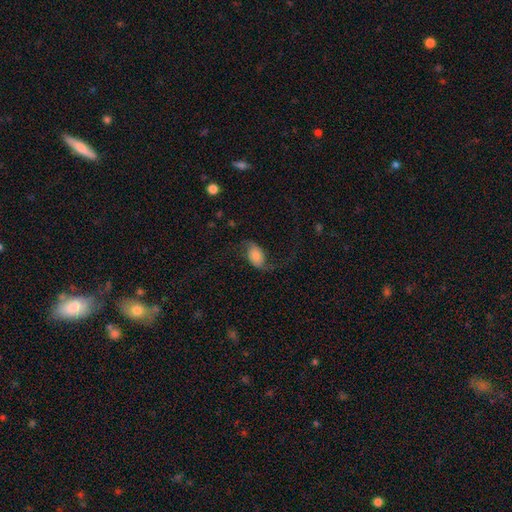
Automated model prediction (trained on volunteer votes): This is possibly a featured or disk galaxy (51%). It is clearly not viewed edge-on (95%). Merging: possibly none (57%).